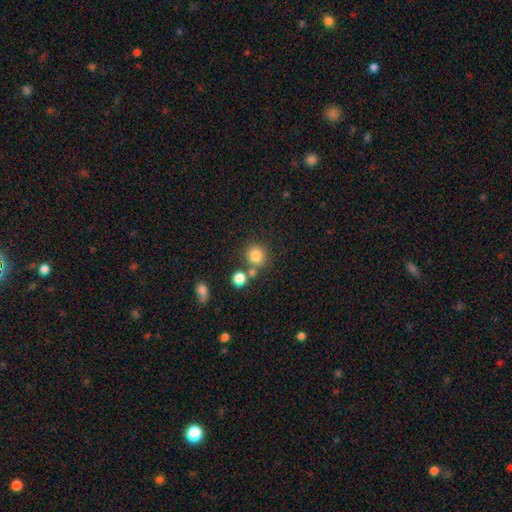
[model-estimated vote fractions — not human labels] Smooth or featured? Predicted: smooth (p=0.81). How rounded? Predicted: round (p=0.89). Merging? Predicted: none (p=0.71).